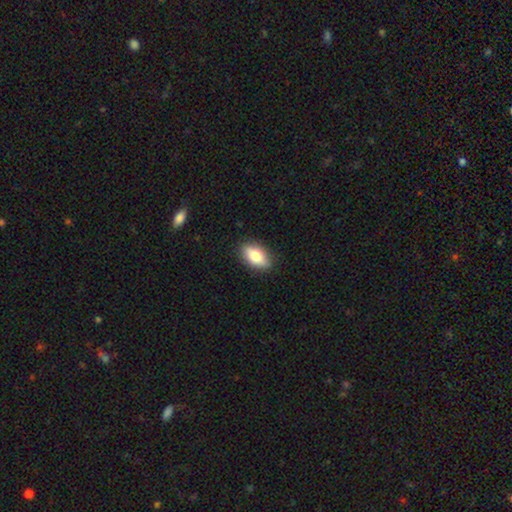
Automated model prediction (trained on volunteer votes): Morphology: type=smooth (74%); roundness=in between (88%); merging=none (88%).